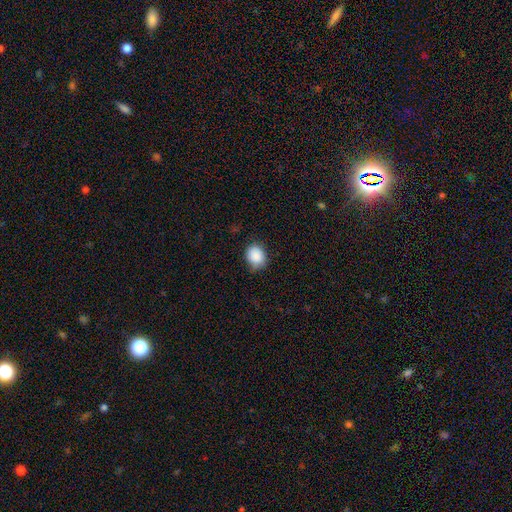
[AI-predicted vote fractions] This is clearly a smooth galaxy (88%). How rounded: possibly round (55%). Merging: likely none (76%).